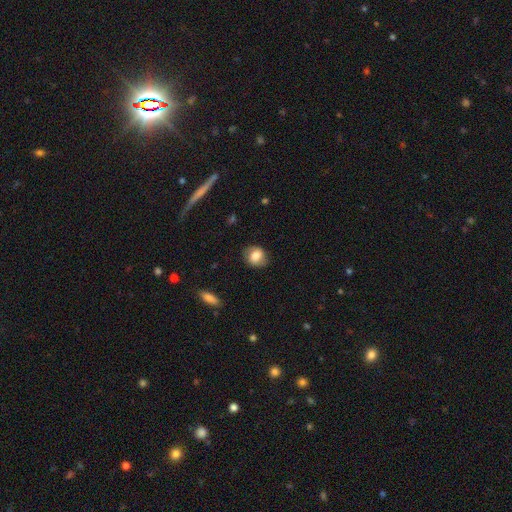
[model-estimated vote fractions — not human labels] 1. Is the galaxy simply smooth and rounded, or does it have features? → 74% smooth, 18% featured or disk, 8% star or artifact.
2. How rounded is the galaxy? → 59% round, 40% in between, 1% cigar-shaped.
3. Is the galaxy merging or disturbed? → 79% none, 16% minor disturbance, 4% major disturbance, 1% merger.